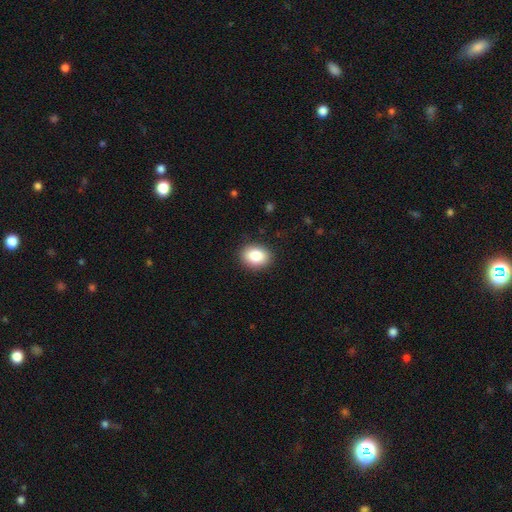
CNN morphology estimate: This is clearly a smooth galaxy (85%). How rounded: possibly in between (60%). Merging: clearly none (89%).